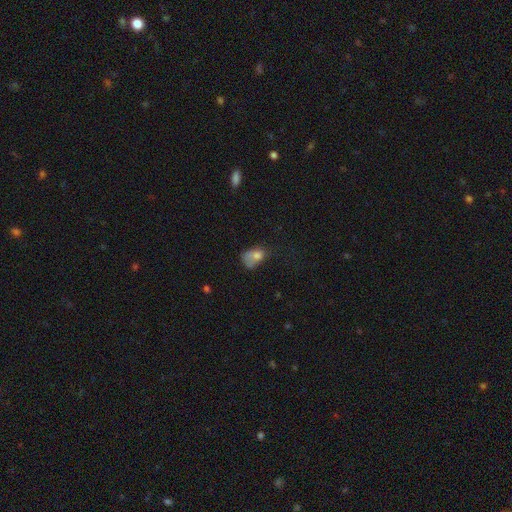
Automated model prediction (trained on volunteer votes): Smooth or featured? smooth (69%)
How rounded? in between (72%)
Merging? major disturbance (38%)